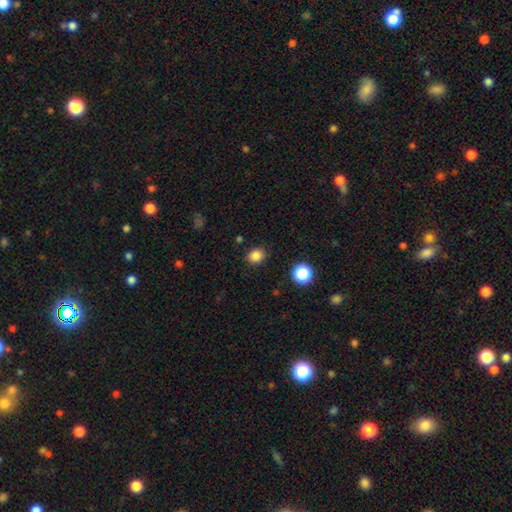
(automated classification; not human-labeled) Smooth or featured?
  - smooth: 84% *
  - star or artifact: 12%
  - featured or disk: 3%
How rounded?
  - round: 70% *
  - in between: 29%
  - cigar-shaped: 1%
Merging?
  - none: 87% *
  - minor disturbance: 9%
  - major disturbance: 3%
  - merger: 2%